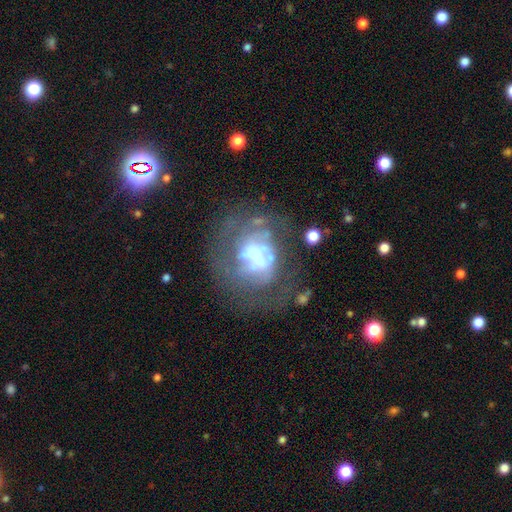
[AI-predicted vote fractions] A featured or disk galaxy (67%) with no bar (48%), no spiral arms (58%) and a moderate central bulge (38%). Merging: major disturbance (38%).